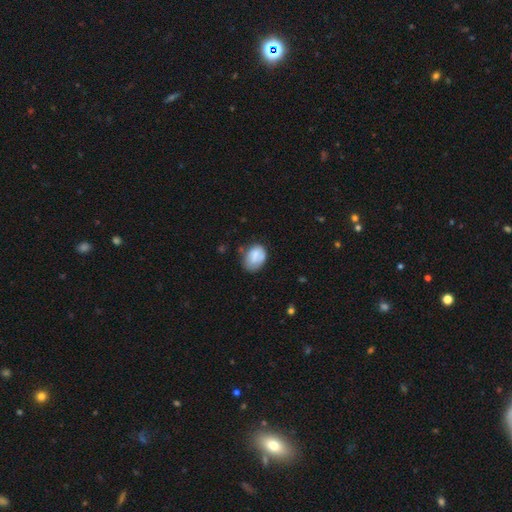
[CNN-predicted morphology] Overall: smooth (75%). How rounded: in between (69%; round 30%). Merging: none (54%; minor disturbance 31%).